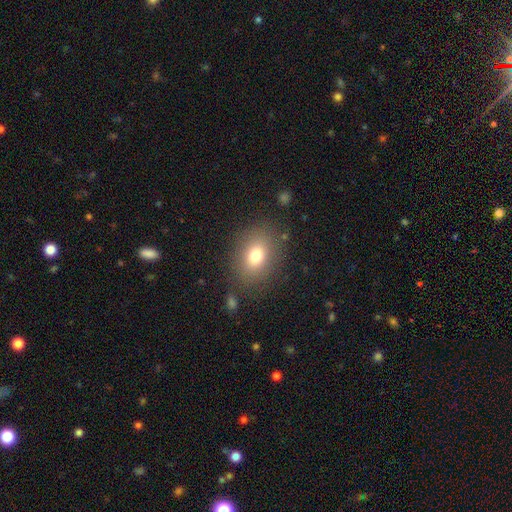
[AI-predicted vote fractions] Q: Smooth or featured?
A: smooth (77%); runner-up: featured or disk (12%)
Q: How rounded?
A: in between (63%); runner-up: round (36%)
Q: Merging?
A: none (82%); runner-up: minor disturbance (11%)